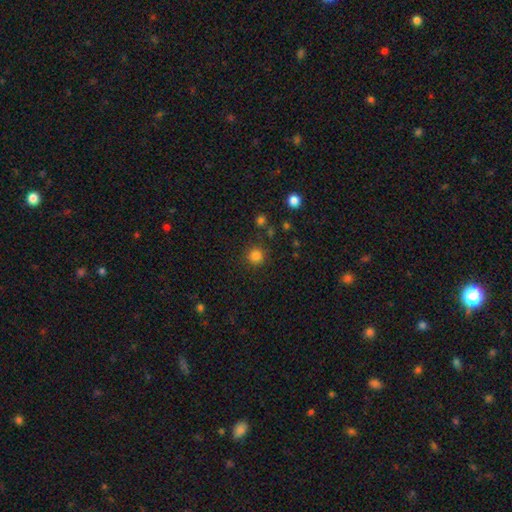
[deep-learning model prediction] The model was most divided on "smooth or featured": smooth: 82%, star or artifact: 14%, featured or disk: 4%. More confident: how rounded — round (94%); merging — none (87%).